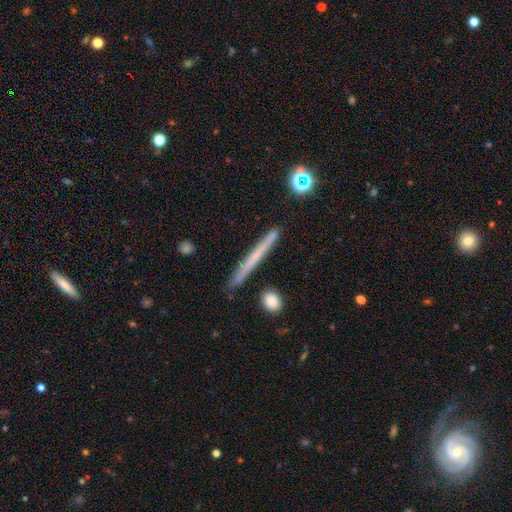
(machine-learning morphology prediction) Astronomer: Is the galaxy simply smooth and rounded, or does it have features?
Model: smooth — 51% (runner-up: featured or disk, 41%).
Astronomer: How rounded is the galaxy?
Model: cigar-shaped — 96%.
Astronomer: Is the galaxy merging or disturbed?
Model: none — 87%.